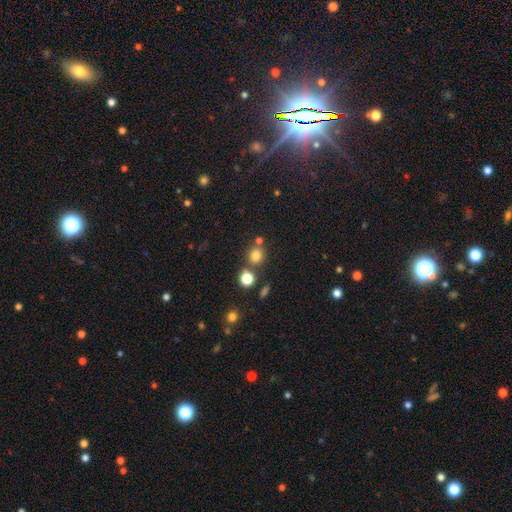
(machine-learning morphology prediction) Smooth or featured? Predicted: smooth (p=0.77). How rounded? Predicted: round (p=0.84). Merging? Predicted: none (p=0.71).